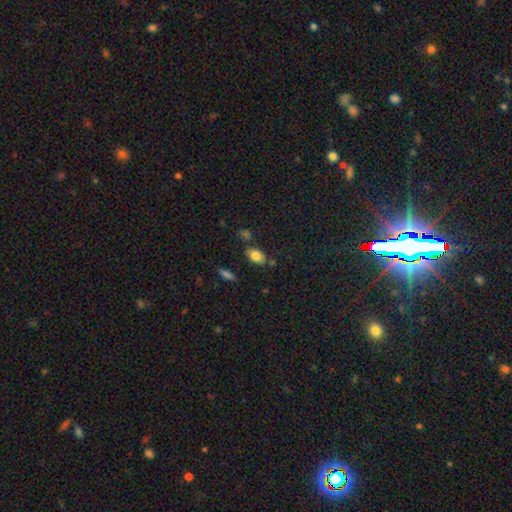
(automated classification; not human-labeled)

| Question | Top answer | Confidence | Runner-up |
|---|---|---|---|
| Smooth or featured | smooth | 79% | featured or disk (12%) |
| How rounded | in between | 88% | round (10%) |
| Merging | none | 76% | minor disturbance (14%) |